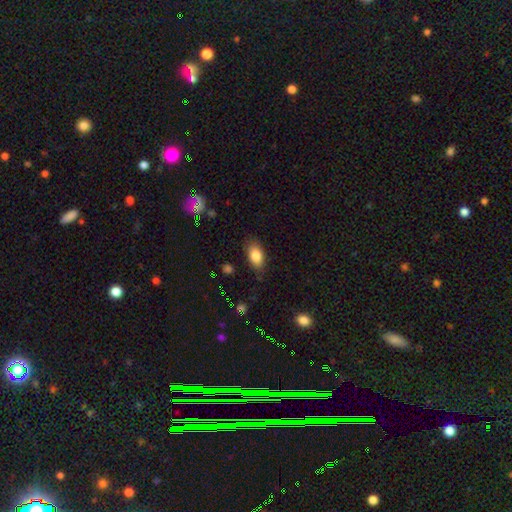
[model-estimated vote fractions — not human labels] Q: Smooth or featured?
A: smooth (83%); runner-up: featured or disk (8%)
Q: How rounded?
A: in between (90%); runner-up: round (6%)
Q: Merging?
A: none (83%); runner-up: minor disturbance (13%)